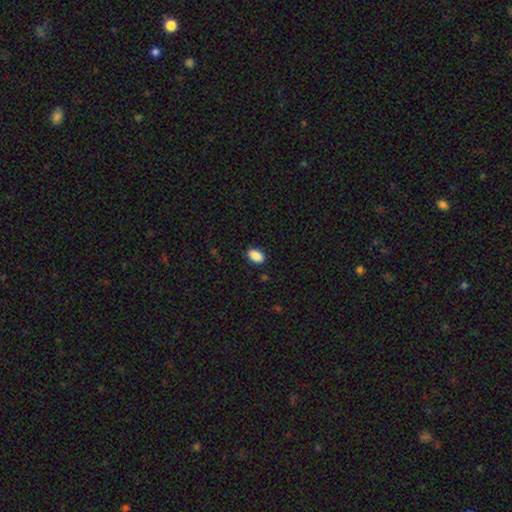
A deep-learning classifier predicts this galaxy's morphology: The model was most divided on "merging": none: 87%, minor disturbance: 10%, major disturbance: 2%, merger: 1%. More confident: how rounded — in between (92%); smooth or featured — smooth (90%).